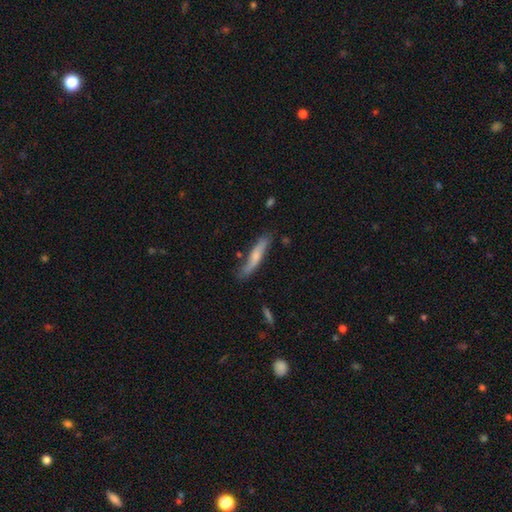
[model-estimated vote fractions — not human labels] smooth 54%, featured or disk 40%, star or artifact 6%. Down the decision tree: how rounded — cigar-shaped (89%); merging — none (69%).